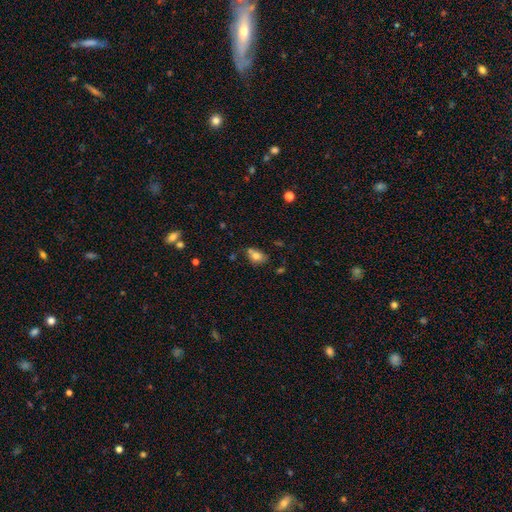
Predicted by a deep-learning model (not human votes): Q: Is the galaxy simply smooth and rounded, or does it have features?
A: smooth — 77%.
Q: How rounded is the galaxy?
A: in between — 75%.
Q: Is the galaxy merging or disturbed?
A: none — 52%.